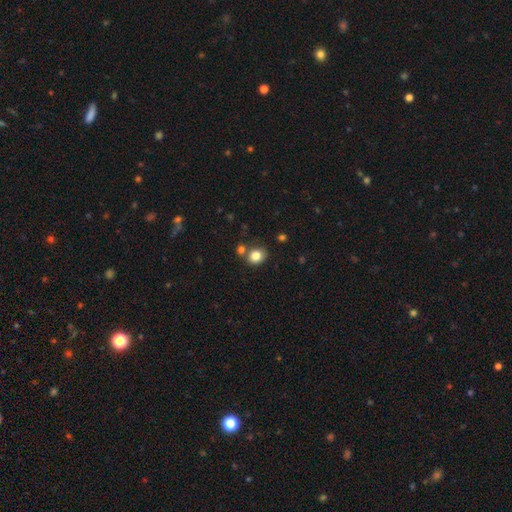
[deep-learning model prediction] Smooth or featured: smooth — 83% (star or artifact — 10%)
How rounded: round — 66% (in between — 34%)
Merging: none — 67% (merger — 17%)